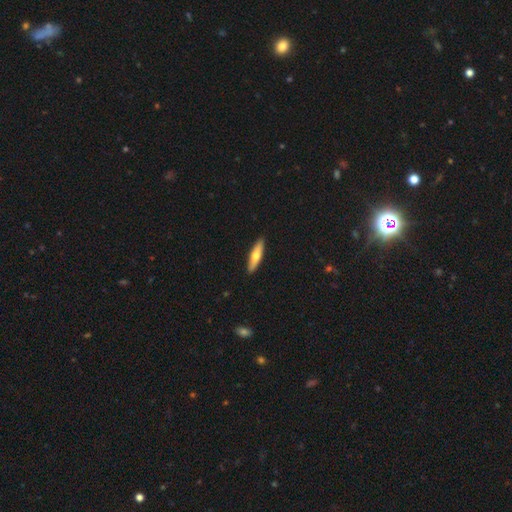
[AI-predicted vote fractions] Smooth or featured? Predicted: smooth (p=0.57). How rounded? Predicted: cigar-shaped (p=0.72). Merging? Predicted: none (p=0.91).